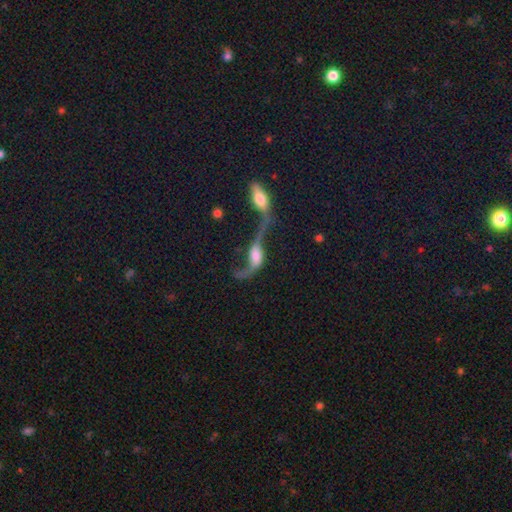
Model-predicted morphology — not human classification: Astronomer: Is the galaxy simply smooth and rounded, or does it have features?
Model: featured or disk — 72%.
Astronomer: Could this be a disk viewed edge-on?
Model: no — 86%.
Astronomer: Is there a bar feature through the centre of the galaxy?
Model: no — 48% (runner-up: weak, 36%).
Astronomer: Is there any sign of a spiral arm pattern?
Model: yes — 84%.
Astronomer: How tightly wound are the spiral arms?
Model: loose — 93%.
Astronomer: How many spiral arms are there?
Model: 2 — 80%.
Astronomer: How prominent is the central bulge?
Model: moderate — 35% (runner-up: large, 30%).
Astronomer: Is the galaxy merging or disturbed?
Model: merger — 69%.